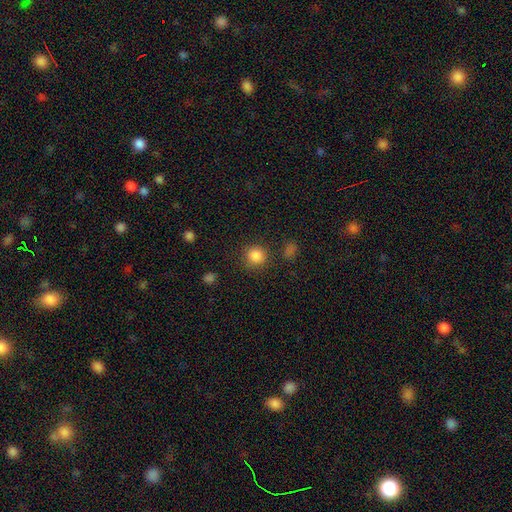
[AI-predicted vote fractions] Smooth or featured? Predicted: smooth (p=0.86). How rounded? Predicted: round (p=0.90). Merging? Predicted: none (p=0.84).